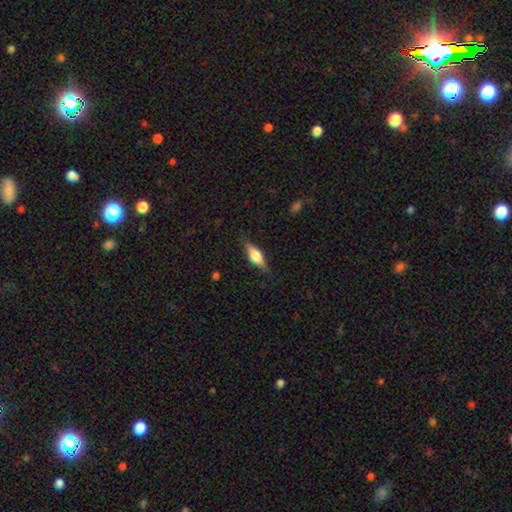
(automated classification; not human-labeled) Smooth or featured? smooth (47%)
Merging? none (83%)